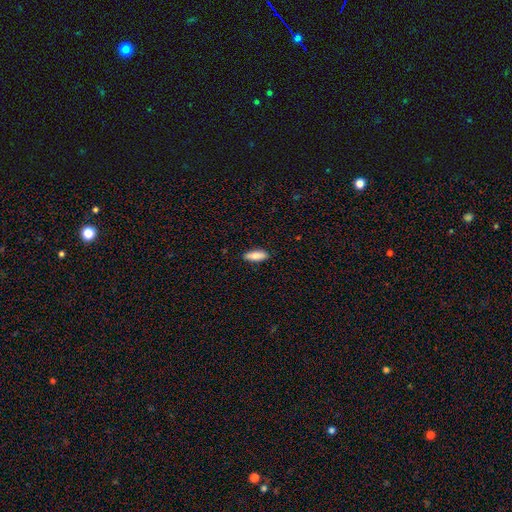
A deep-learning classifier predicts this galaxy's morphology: Smooth or featured? Predicted: smooth (p=0.86). How rounded? Predicted: in between (p=0.69). Merging? Predicted: none (p=0.89).